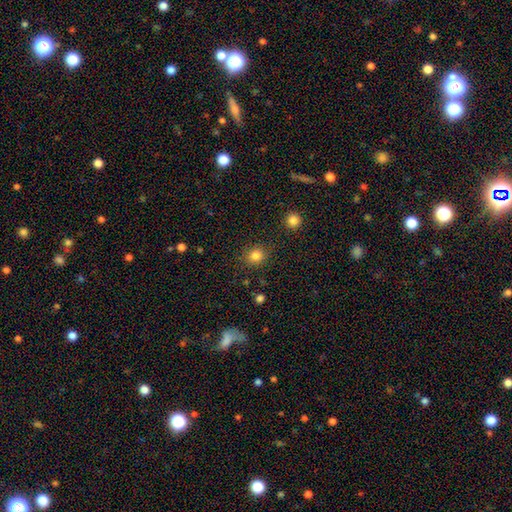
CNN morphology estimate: Smooth or featured? Predicted: smooth (p=0.83). How rounded? Predicted: round (p=0.82). Merging? Predicted: none (p=0.88).